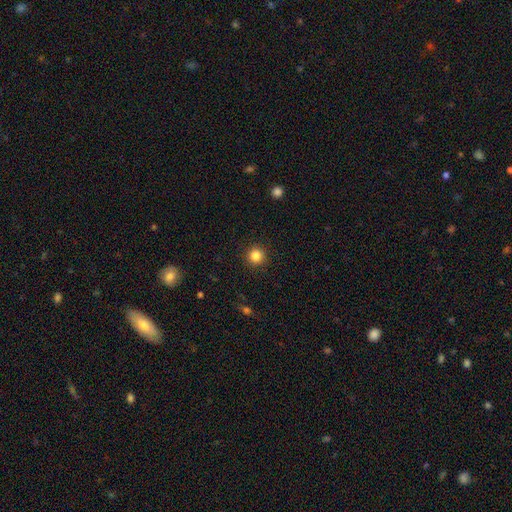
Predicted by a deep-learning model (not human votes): Morphology: type=smooth (84%); roundness=round (95%); merging=none (92%).